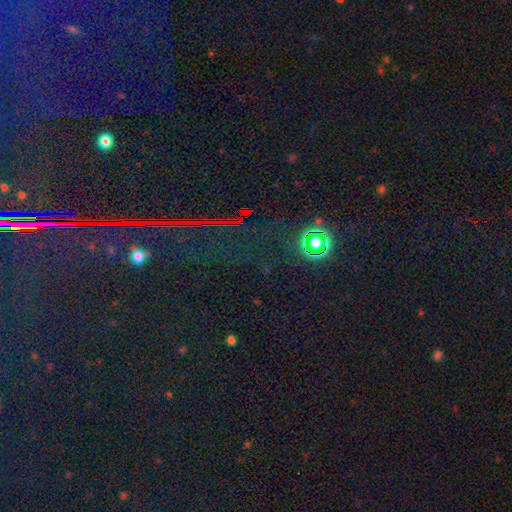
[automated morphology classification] This is clearly a star or artifact rather than a galaxy (86%).